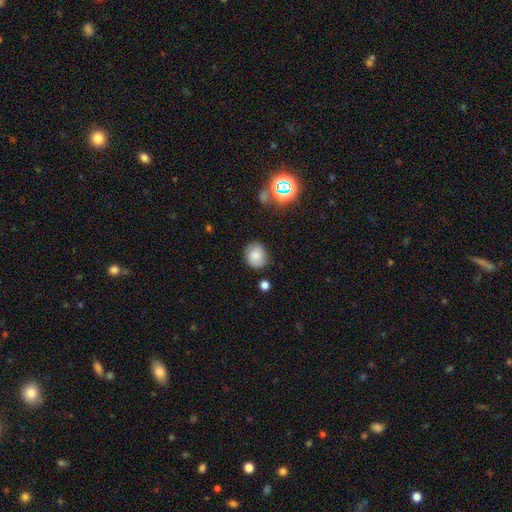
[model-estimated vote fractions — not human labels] smooth 78%, featured or disk 11%, star or artifact 11%. Down the decision tree: how rounded — round (73%); merging — none (80%).